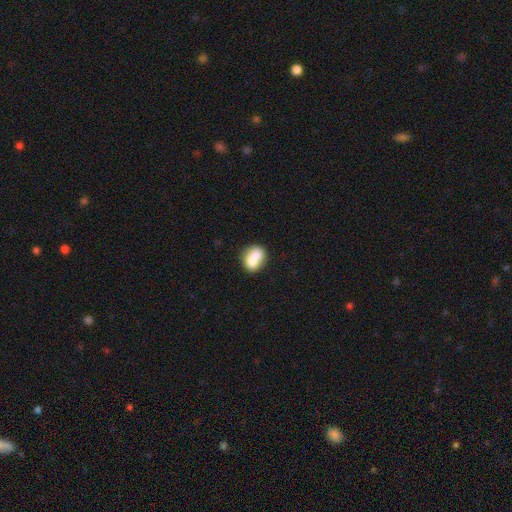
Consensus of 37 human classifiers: This appears to be a smooth galaxy with no disk features (73%) that is round (63%). Merging: merger (56%).